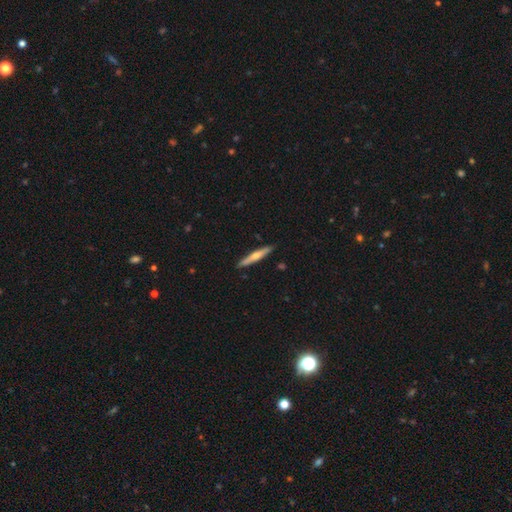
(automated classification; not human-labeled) This is possibly a featured or disk galaxy (51%). It is clearly viewed edge-on (95%). Merging: clearly none (90%).